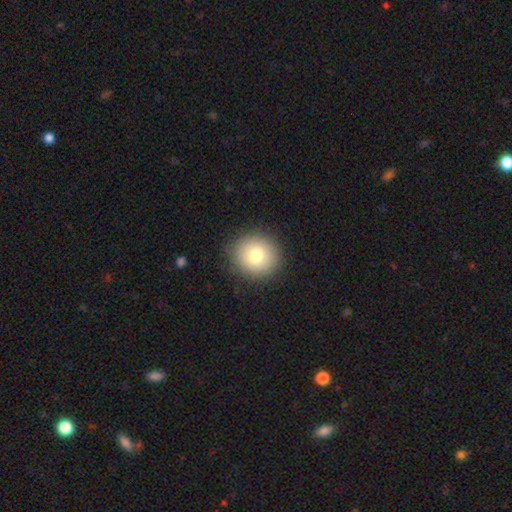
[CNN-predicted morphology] Smooth or featured? Predicted: smooth (p=0.78). How rounded? Predicted: round (p=0.87). Merging? Predicted: none (p=0.89).